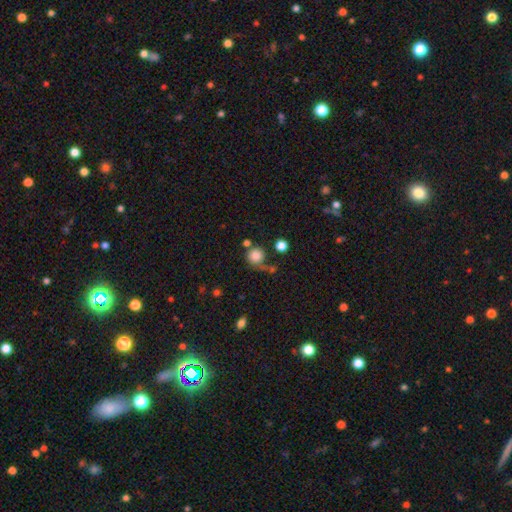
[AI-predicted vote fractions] A smooth galaxy with no disk features (83%) that is round (92%).

Vote fractions:
- Smooth or featured? smooth: 83% / star or artifact: 10% / featured or disk: 7%
- How rounded? round: 92% / in between: 7% / cigar-shaped: 1%
- Merging? none: 61% / minor disturbance: 15% / merger: 15% / major disturbance: 9%